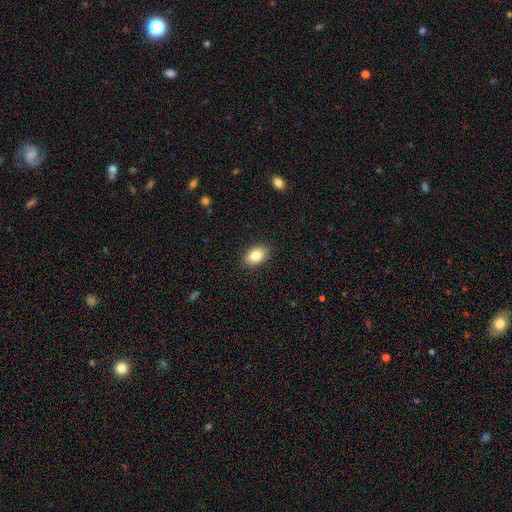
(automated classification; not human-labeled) A smooth galaxy with no disk features (83%) that is in between round and cigar-shaped (87%).

Vote fractions:
- Smooth or featured? smooth: 83% / featured or disk: 9% / star or artifact: 8%
- How rounded? in between: 87% / round: 12% / cigar-shaped: 2%
- Merging? none: 89% / minor disturbance: 8% / major disturbance: 2% / merger: 1%